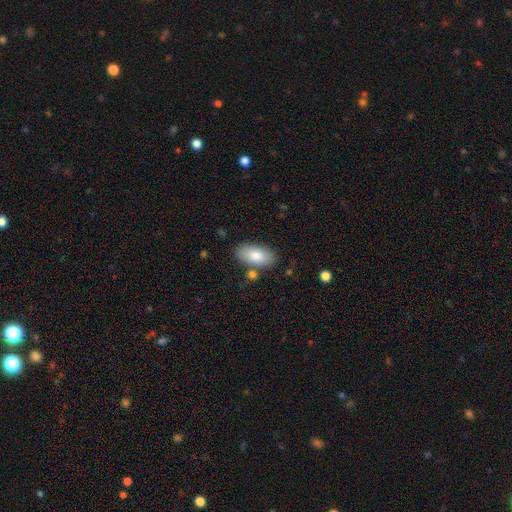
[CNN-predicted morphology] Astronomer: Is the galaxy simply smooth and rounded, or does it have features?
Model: smooth — 81%.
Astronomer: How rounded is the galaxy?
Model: in between — 93%.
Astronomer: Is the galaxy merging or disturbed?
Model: none — 80%.